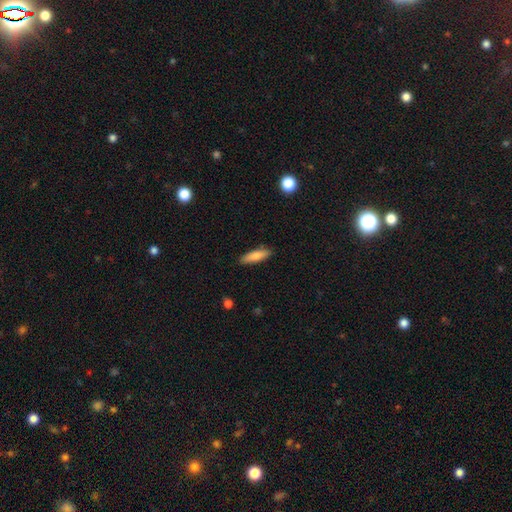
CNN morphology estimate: Smooth or featured? smooth (81%)
How rounded? cigar-shaped (60%)
Merging? none (88%)